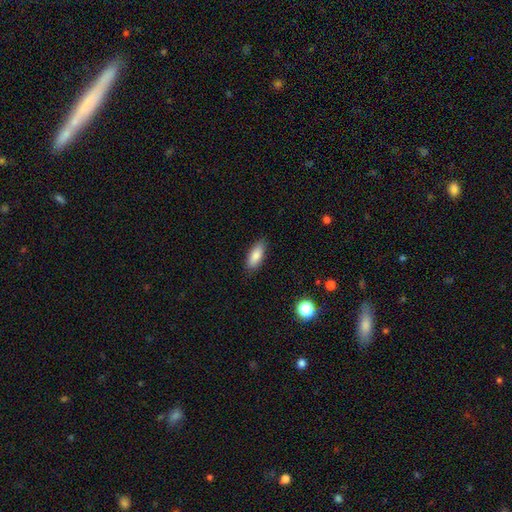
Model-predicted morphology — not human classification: Overall: smooth (86%). How rounded: in between (79%). Merging: none (86%).